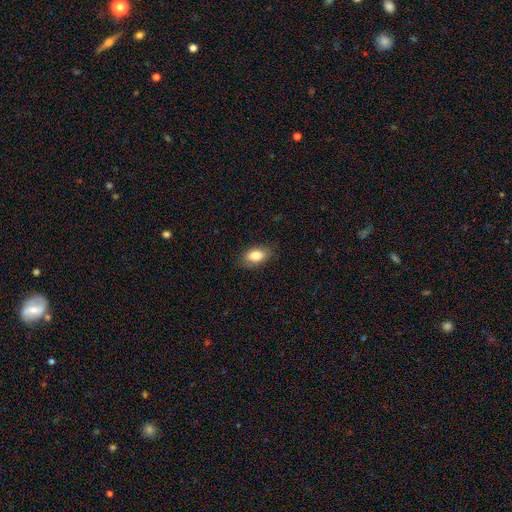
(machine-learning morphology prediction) smooth 81%, featured or disk 12%, star or artifact 7%. Down the decision tree: how rounded — in between (90%); merging — none (83%).